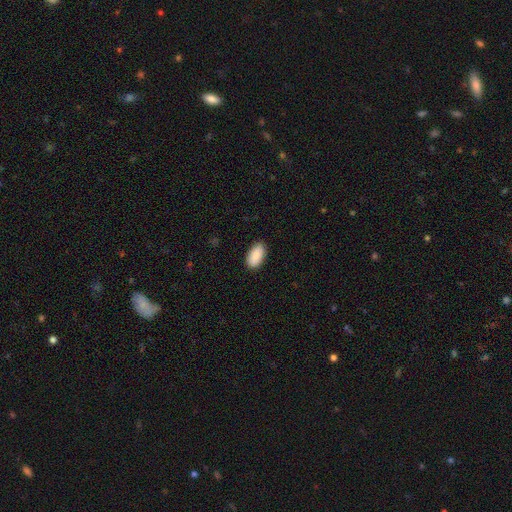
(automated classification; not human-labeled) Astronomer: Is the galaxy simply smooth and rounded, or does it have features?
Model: smooth — 90%.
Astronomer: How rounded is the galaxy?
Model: in between — 95%.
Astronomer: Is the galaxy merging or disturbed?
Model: none — 88%.